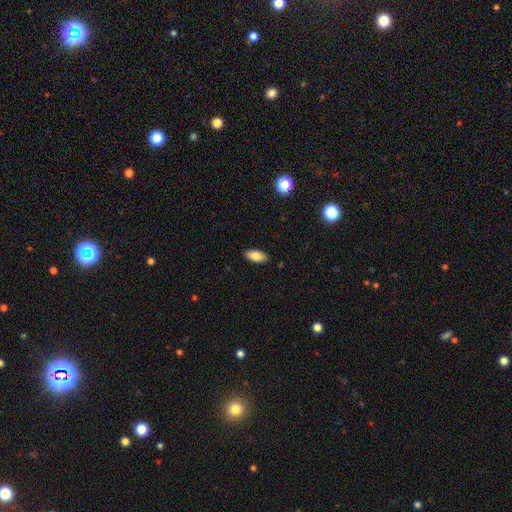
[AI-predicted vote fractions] Smooth or featured: smooth — 79% (featured or disk — 14%)
How rounded: in between — 89% (cigar-shaped — 8%)
Merging: none — 89% (minor disturbance — 9%)